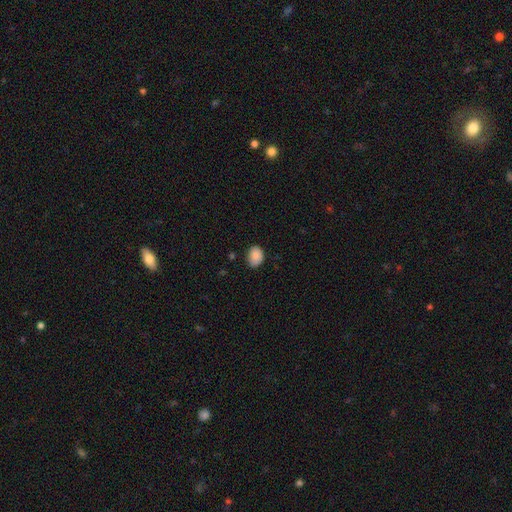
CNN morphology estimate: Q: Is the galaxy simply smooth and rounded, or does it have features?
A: smooth — 87%.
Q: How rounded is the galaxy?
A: in between — 65%.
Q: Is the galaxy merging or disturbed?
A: none — 73%.